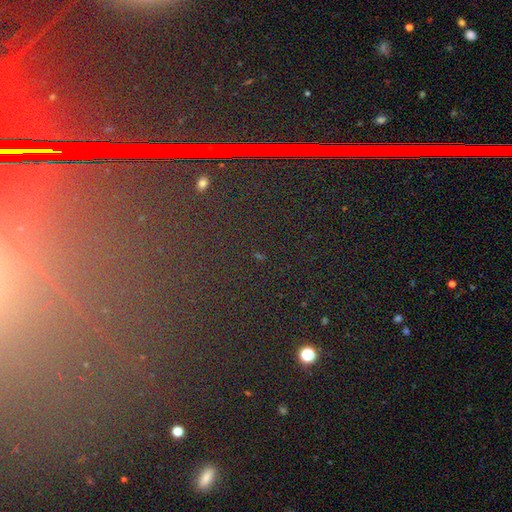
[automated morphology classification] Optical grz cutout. It shows a star or artifact, not a galaxy (80%).